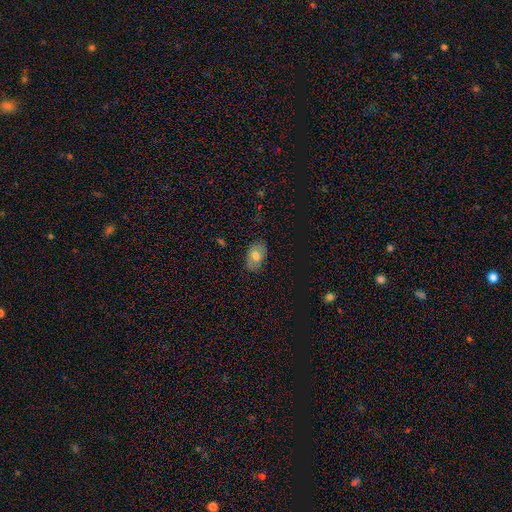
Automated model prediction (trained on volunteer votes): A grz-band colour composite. It shows a smooth galaxy with no disk features (64%) that is in between round and cigar-shaped (88%). Merging: none (79%).